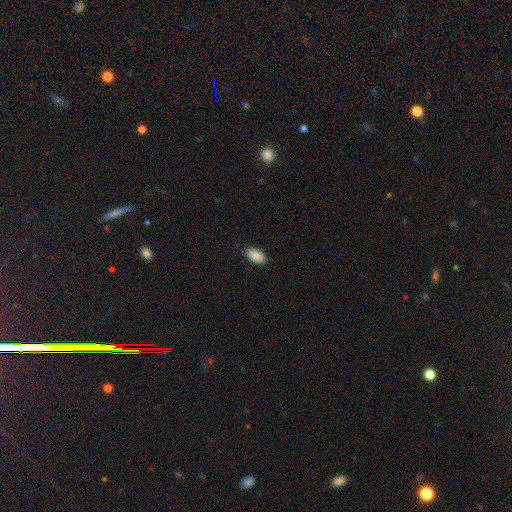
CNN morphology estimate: type=smooth (90%); roundness=in between (94%); merging=none (88%).